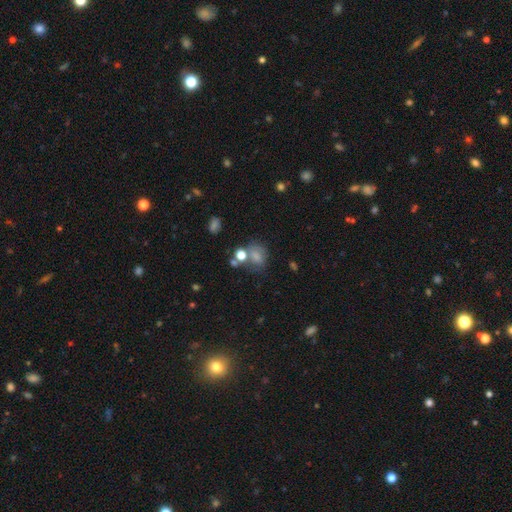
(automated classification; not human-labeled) smooth_or_featured: smooth (p=0.64) [alt: featured or disk p=0.18]
how_rounded: in between (p=0.50) [alt: round p=0.49]
merging: none (p=0.43) [alt: minor disturbance p=0.21]